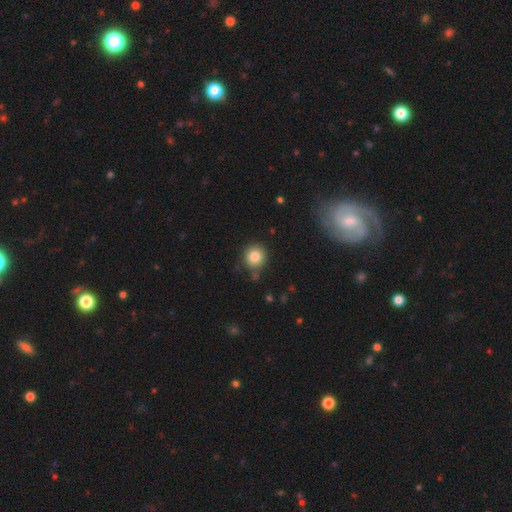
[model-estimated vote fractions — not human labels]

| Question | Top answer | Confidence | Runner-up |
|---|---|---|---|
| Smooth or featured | smooth | 83% | star or artifact (10%) |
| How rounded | round | 91% | in between (8%) |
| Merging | none | 80% | minor disturbance (12%) |